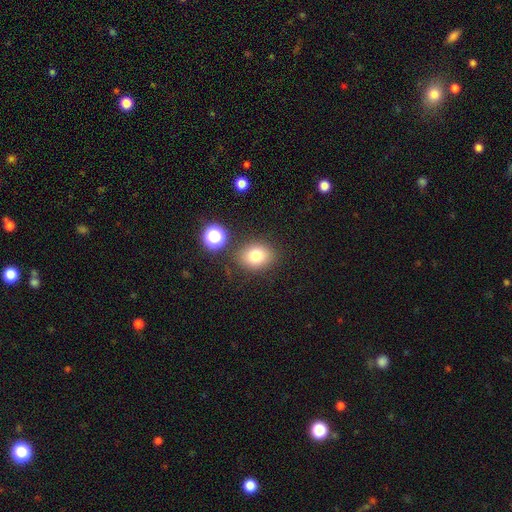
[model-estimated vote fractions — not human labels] This appears to be a smooth galaxy with no disk features (78%) that is round (50%). Merging: none (80%).